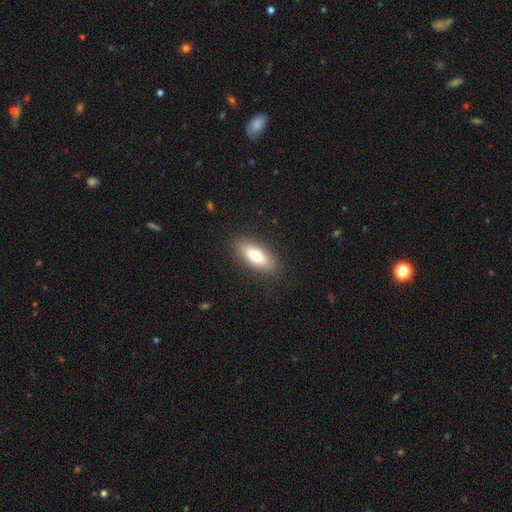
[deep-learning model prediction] This is likely a smooth galaxy (74%). How rounded: likely in between (76%). Merging: clearly none (88%).